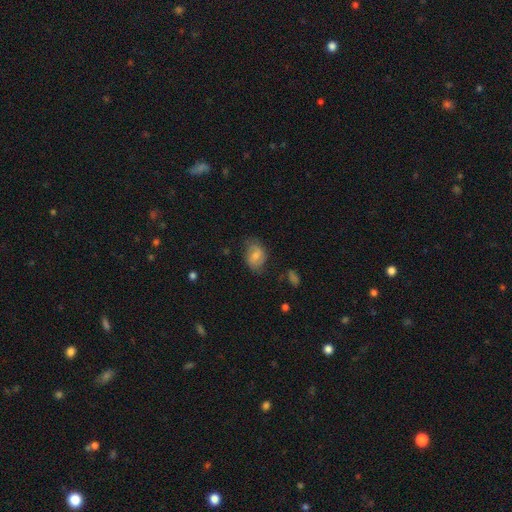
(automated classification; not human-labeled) smooth 59%, featured or disk 34%, star or artifact 8%. Down the decision tree: how rounded — in between (73%); merging — none (65%).